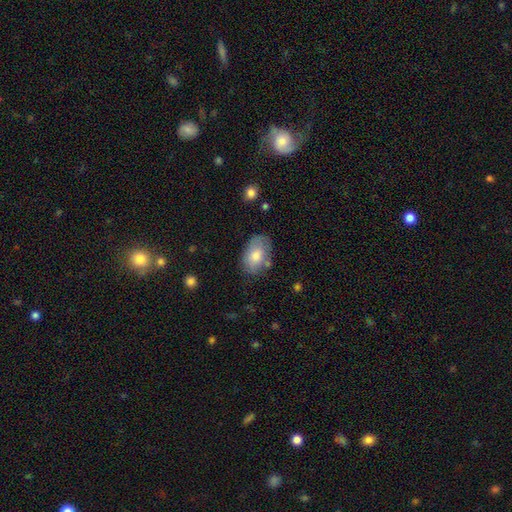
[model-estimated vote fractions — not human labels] smooth 77%, featured or disk 17%, star or artifact 7%. Down the decision tree: how rounded — in between (90%); merging — none (66%).